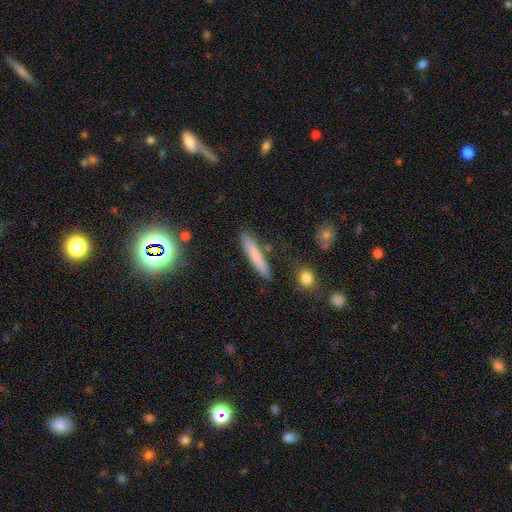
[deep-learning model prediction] A smooth galaxy with no disk features (75%) that is cigar-shaped (93%).

Vote fractions:
- Smooth or featured? smooth: 75% / featured or disk: 17% / star or artifact: 9%
- How rounded? cigar-shaped: 93% / in between: 6% / round: 2%
- Merging? none: 85% / minor disturbance: 9% / merger: 3% / major disturbance: 2%